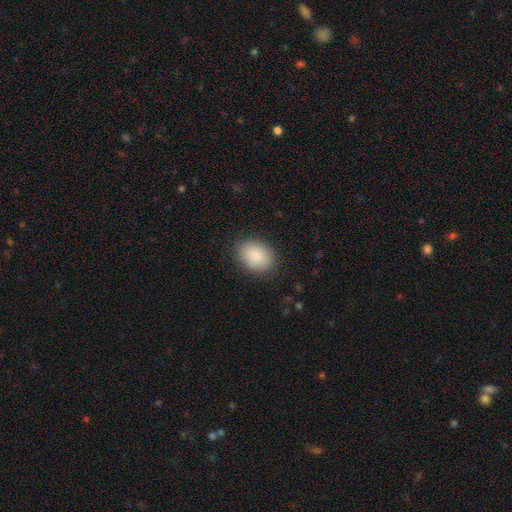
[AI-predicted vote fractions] This appears to be a smooth galaxy with no disk features (87%) that is in between round and cigar-shaped (60%). Merging: none (85%).